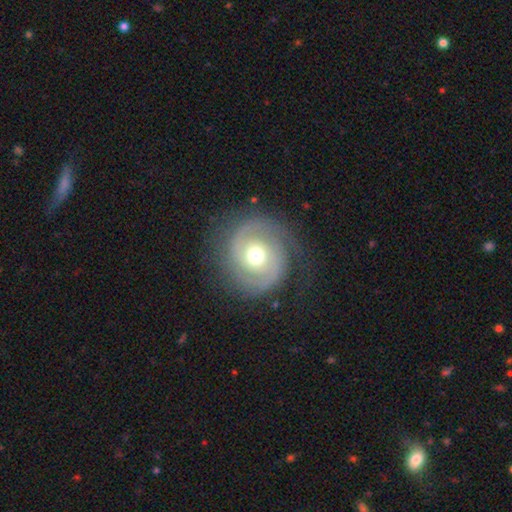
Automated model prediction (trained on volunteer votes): The model was most divided on "spiral winding": tight: 59%, medium: 33%, loose: 9%. More confident: edge-on disk — no (98%); spiral arms — yes (95%); smooth or featured — featured or disk (84%); spiral arm count — 2 (81%); merging — none (78%); bulge size — moderate (73%); bar — no (70%).